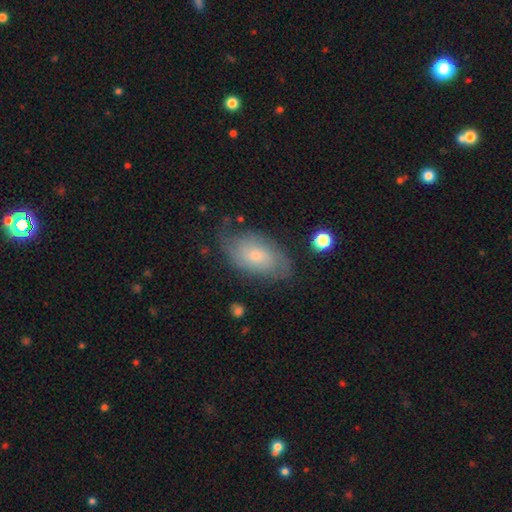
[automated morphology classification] This appears to be a featured or disk galaxy (50%). Merging: none (66%).